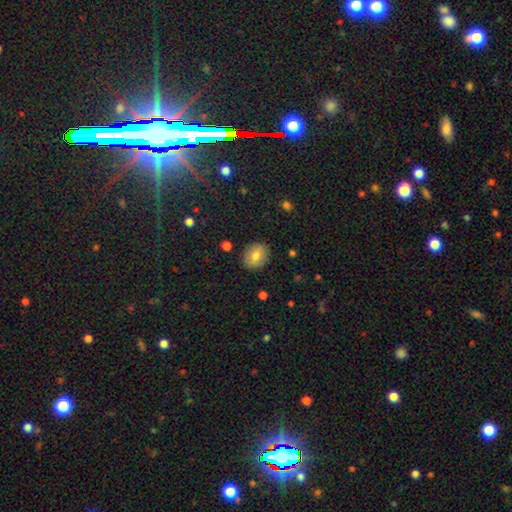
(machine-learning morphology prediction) type=smooth (76%); roundness=round (58%); merging=none (88%).